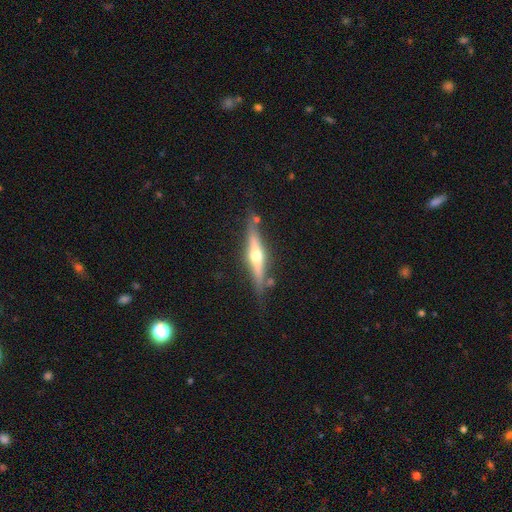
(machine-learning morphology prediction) The model was most divided on "smooth or featured": featured or disk: 69%, smooth: 25%, star or artifact: 6%. More confident: edge-on disk — yes (95%); edge-on bulge — rounded (93%); merging — none (78%).